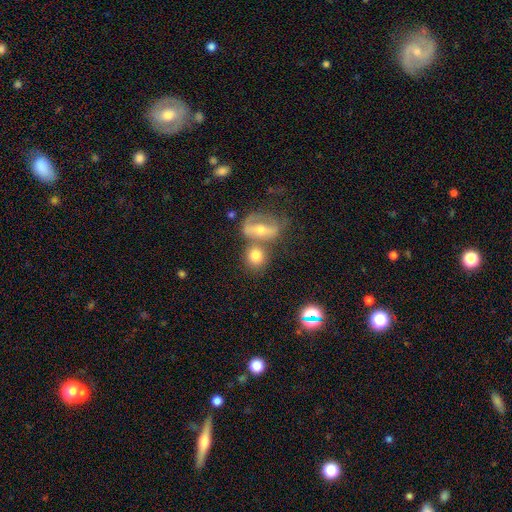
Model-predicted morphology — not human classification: smooth 69%, featured or disk 21%, star or artifact 9%. Down the decision tree: how rounded — round (74%); merging — none (44%).